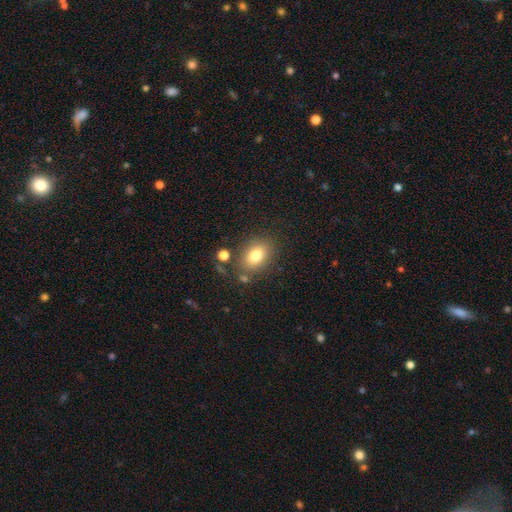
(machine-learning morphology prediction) The model was most divided on "how rounded": in between: 72%, round: 26%, cigar-shaped: 1%. More confident: smooth or featured — smooth (79%); merging — none (75%).